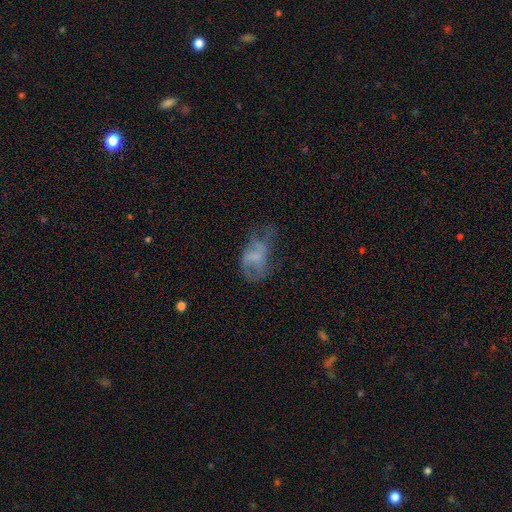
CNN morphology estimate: Smooth or featured: smooth — 43% (tied with featured or disk — 43%)
Merging: major disturbance — 40% (none — 31%)